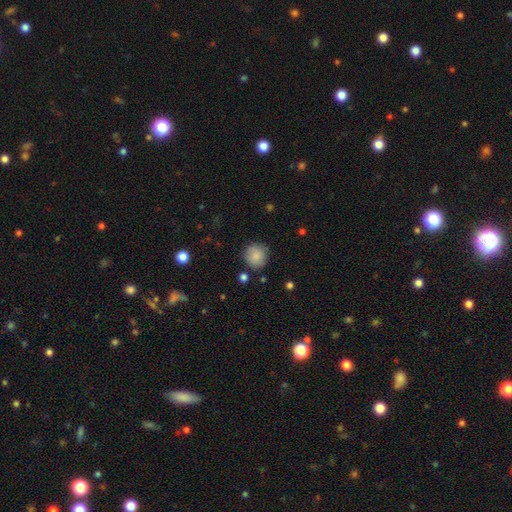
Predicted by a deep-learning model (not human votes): Morphology: type=smooth (86%); roundness=round (90%); merging=none (83%).